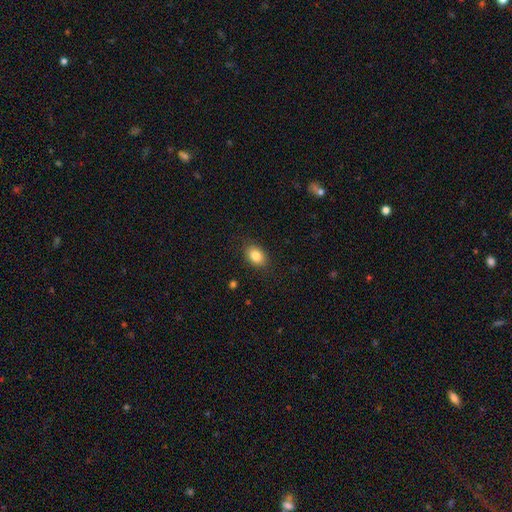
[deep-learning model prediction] Q: Smooth or featured?
A: smooth (84%); runner-up: star or artifact (9%)
Q: How rounded?
A: in between (77%); runner-up: round (22%)
Q: Merging?
A: none (87%); runner-up: minor disturbance (10%)